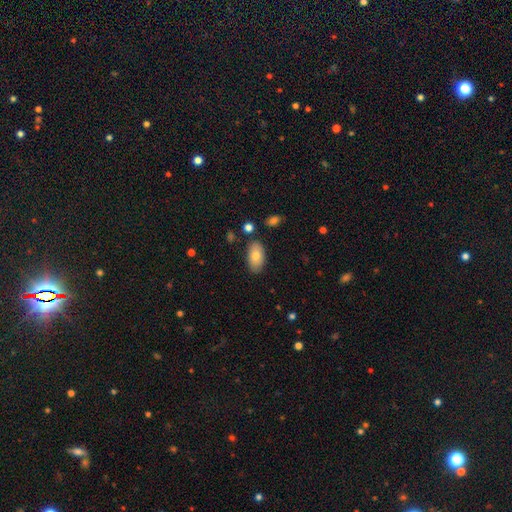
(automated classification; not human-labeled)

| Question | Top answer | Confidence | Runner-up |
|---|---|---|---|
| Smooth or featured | smooth | 76% | featured or disk (17%) |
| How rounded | in between | 94% | round (4%) |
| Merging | none | 83% | minor disturbance (11%) |